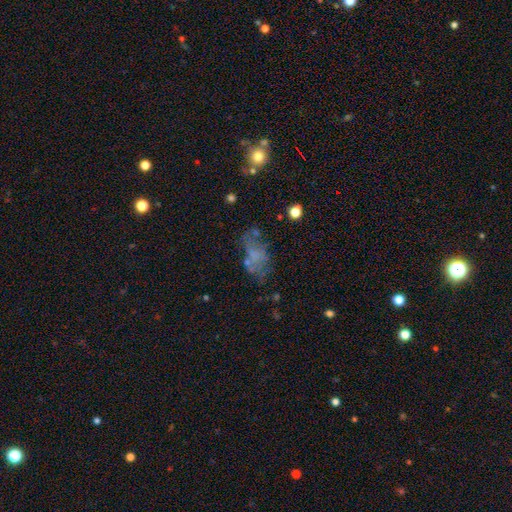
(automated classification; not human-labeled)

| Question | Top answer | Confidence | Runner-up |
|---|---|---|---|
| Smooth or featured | featured or disk | 42% | smooth (40%) |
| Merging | none | 45% | major disturbance (24%) |